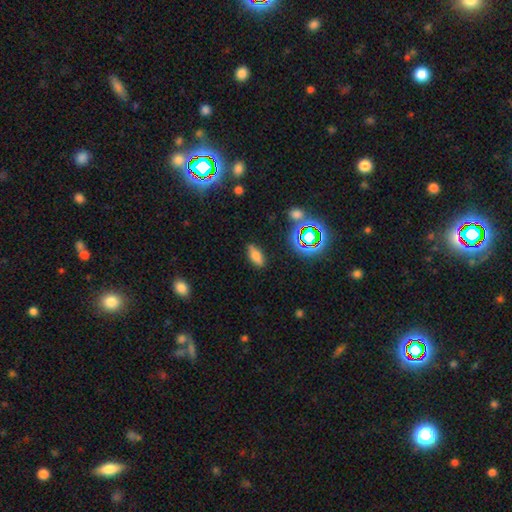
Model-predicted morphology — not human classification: Overall: smooth (67%). How rounded: in between (73%). Merging: none (86%).